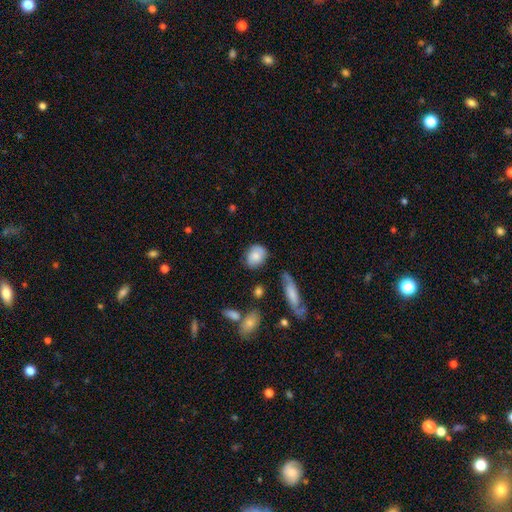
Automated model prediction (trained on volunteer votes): The model was most divided on "how rounded": in between: 50%, round: 48%, cigar-shaped: 2%. More confident: smooth or featured — smooth (78%); merging — none (71%).